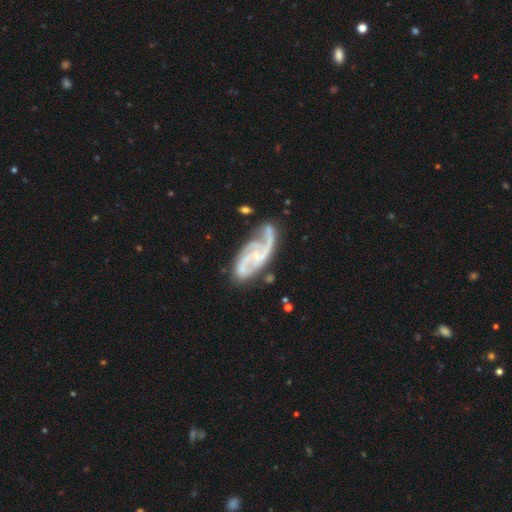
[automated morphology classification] A featured or disk galaxy (88%) with no bar (51%), 2 (58%) medium (50%) spiral arms (97%) and a small central bulge (65%). Merging: none (54%).